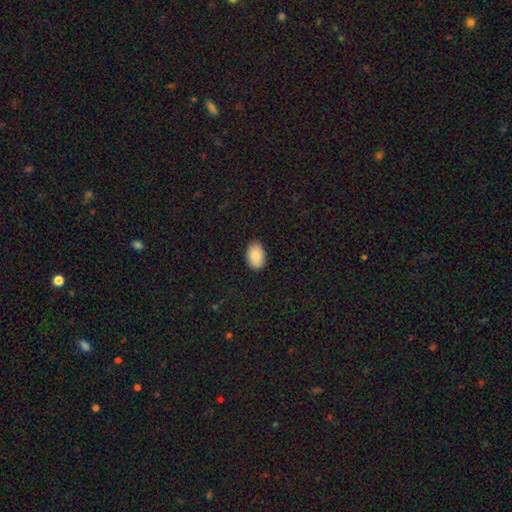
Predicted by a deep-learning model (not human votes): A smooth galaxy with no disk features (85%) that is in between round and cigar-shaped (87%). Merging: none (84%).